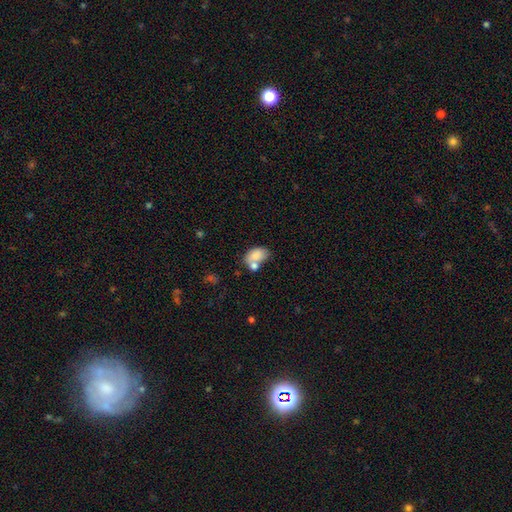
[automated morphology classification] This is likely a smooth galaxy (78%). How rounded: clearly in between (84%). Merging: marginally none (39%).